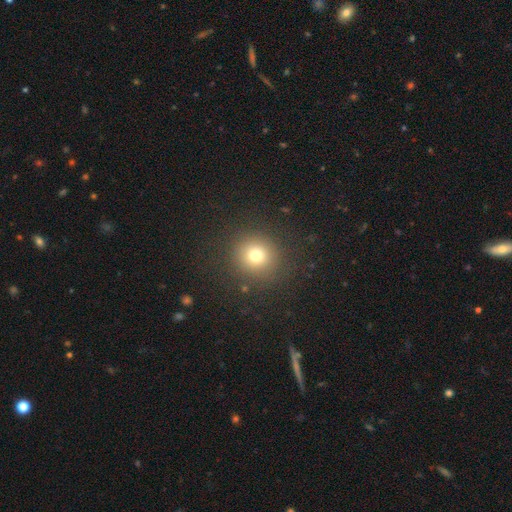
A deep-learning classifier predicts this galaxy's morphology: Overall: smooth (74%). How rounded: round (92%). Merging: none (88%).